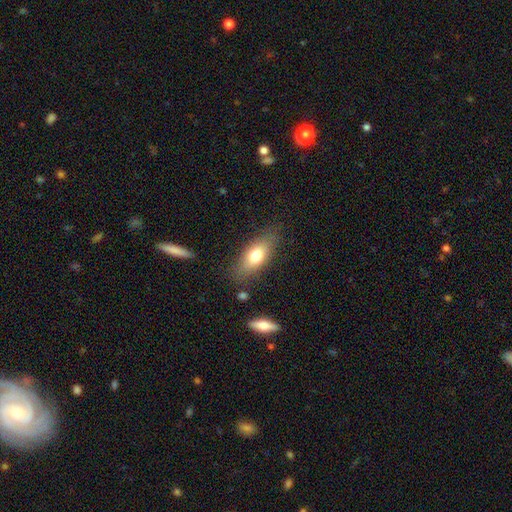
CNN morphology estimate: Overall: smooth (71%). How rounded: in between (78%). Merging: none (78%).